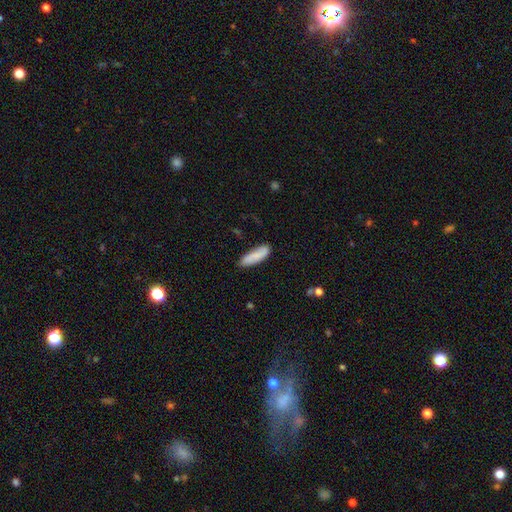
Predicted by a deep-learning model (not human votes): Smooth or featured?
  - smooth: 81% *
  - featured or disk: 13%
  - star or artifact: 6%
How rounded?
  - cigar-shaped: 50% *
  - in between: 49%
  - round: 2%
Merging?
  - none: 82% *
  - minor disturbance: 14%
  - major disturbance: 3%
  - merger: 2%